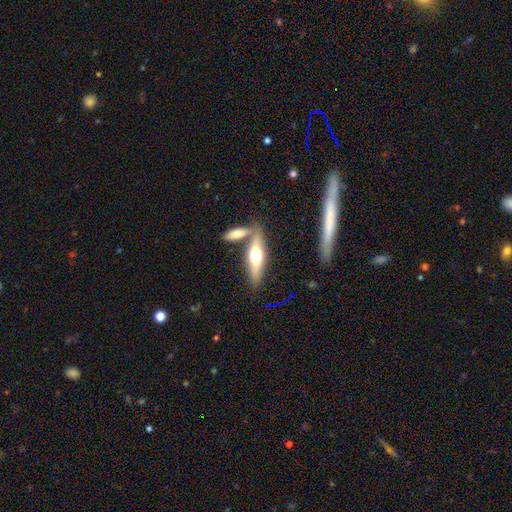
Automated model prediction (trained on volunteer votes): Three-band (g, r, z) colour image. It shows a featured or disk galaxy (51%) viewed edge-on (89%). Merging: none (63%).